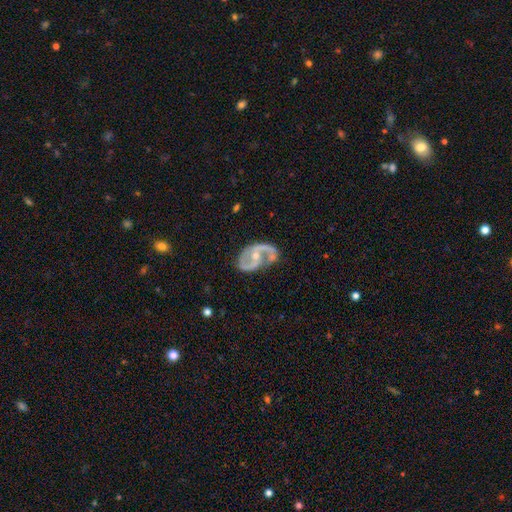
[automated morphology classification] Smooth or featured? Predicted: featured or disk (p=0.88). Edge-on disk? Predicted: no (p=0.97). Bar? Predicted: no (p=0.46). Spiral arms? Predicted: yes (p=0.94). Spiral winding? Predicted: medium (p=0.50). Spiral arm count? Predicted: 2 (p=0.84). Bulge size? Predicted: small (p=0.50). Merging? Predicted: none (p=0.53).